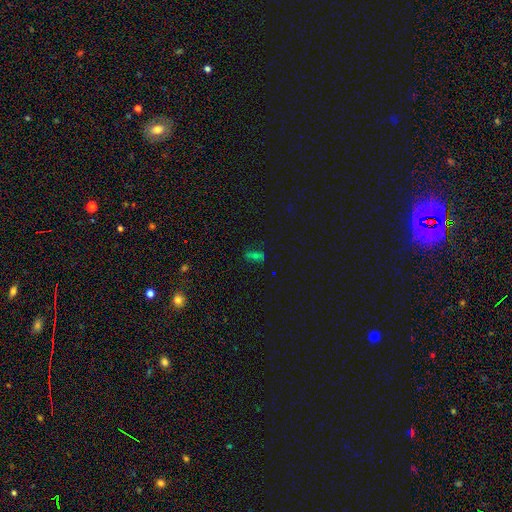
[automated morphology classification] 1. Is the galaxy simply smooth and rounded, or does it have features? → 44% star or artifact, 36% smooth, 20% featured or disk.